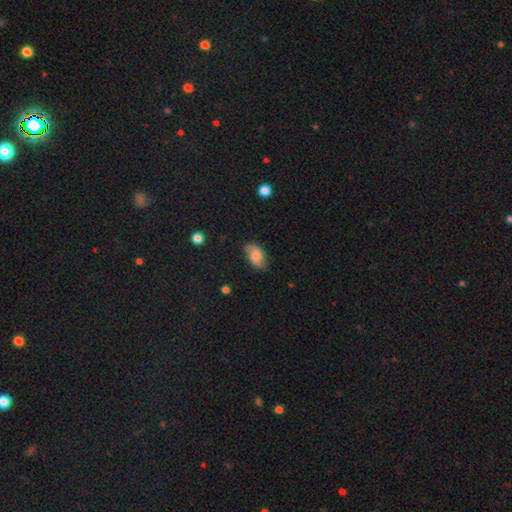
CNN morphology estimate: Q: Smooth or featured?
A: smooth (67%); runner-up: featured or disk (25%)
Q: How rounded?
A: in between (91%); runner-up: round (6%)
Q: Merging?
A: none (72%); runner-up: minor disturbance (22%)